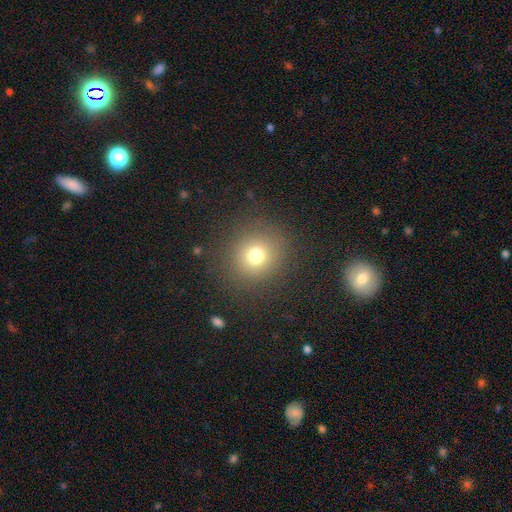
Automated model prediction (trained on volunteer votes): A smooth galaxy with no disk features (73%) that is round (90%).

Vote fractions:
- Smooth or featured? smooth: 73% / star or artifact: 17% / featured or disk: 10%
- How rounded? round: 90% / in between: 9% / cigar-shaped: 1%
- Merging? none: 86% / minor disturbance: 8% / major disturbance: 5% / merger: 1%